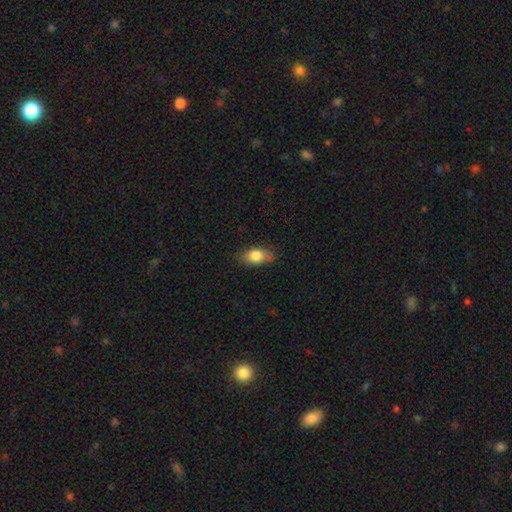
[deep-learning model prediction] Q: Smooth or featured?
A: smooth (81%); runner-up: featured or disk (11%)
Q: How rounded?
A: in between (82%); runner-up: round (12%)
Q: Merging?
A: none (74%); runner-up: minor disturbance (20%)